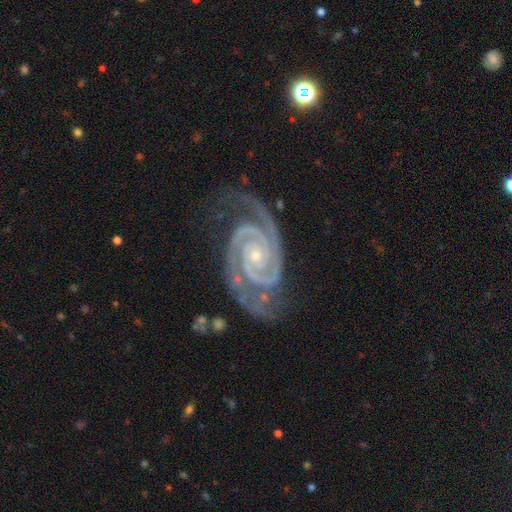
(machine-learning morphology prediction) featured or disk 94%, star or artifact 4%, smooth 2%. Down the decision tree: edge-on disk — no (98%); bar — no (72%); spiral arms — yes (99%); spiral arm count — 2 (88%); spiral winding — tight (74%); bulge size — small (78%); merging — none (73%).